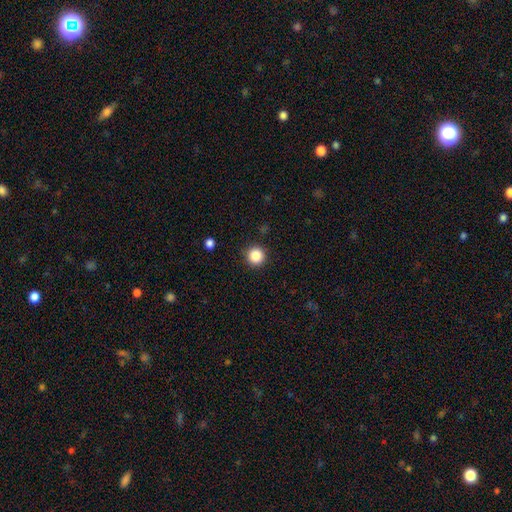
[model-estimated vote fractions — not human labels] The model was most divided on "smooth or featured": smooth: 86%, star or artifact: 10%, featured or disk: 3%. More confident: how rounded — round (95%); merging — none (91%).